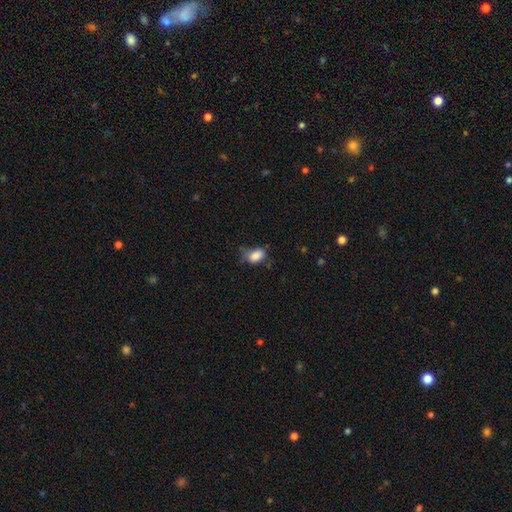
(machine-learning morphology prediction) A smooth galaxy with no disk features (83%) that is in between round and cigar-shaped (87%).

Vote fractions:
- Smooth or featured? smooth: 83% / star or artifact: 9% / featured or disk: 8%
- How rounded? in between: 87% / round: 11% / cigar-shaped: 2%
- Merging? none: 49% / minor disturbance: 34% / major disturbance: 14% / merger: 3%